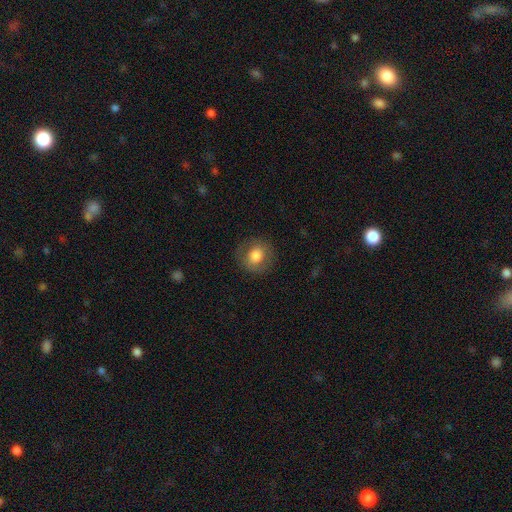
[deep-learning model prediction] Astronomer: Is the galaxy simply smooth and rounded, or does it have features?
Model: smooth — 75%.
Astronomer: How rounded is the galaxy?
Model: round — 85%.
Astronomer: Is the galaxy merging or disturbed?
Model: none — 84%.